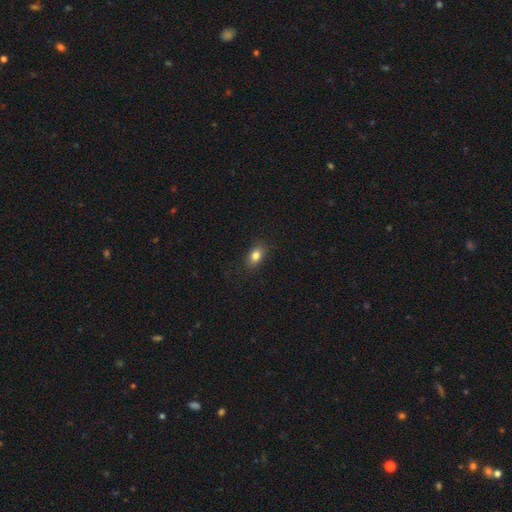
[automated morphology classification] smooth 81%, star or artifact 10%, featured or disk 9%. Down the decision tree: how rounded — in between (79%); merging — none (86%).